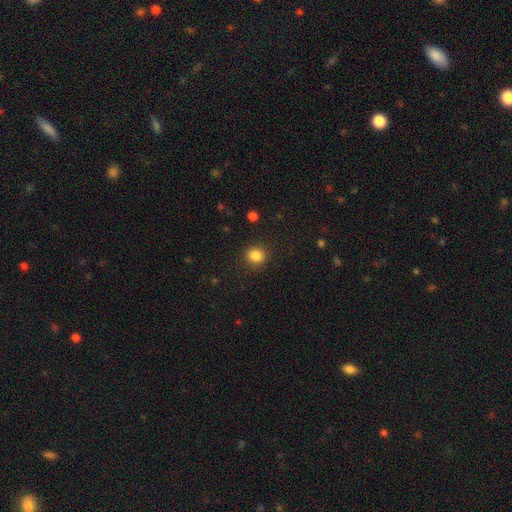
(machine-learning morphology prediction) smooth 84%, star or artifact 11%, featured or disk 4%. Down the decision tree: how rounded — round (85%); merging — none (90%).